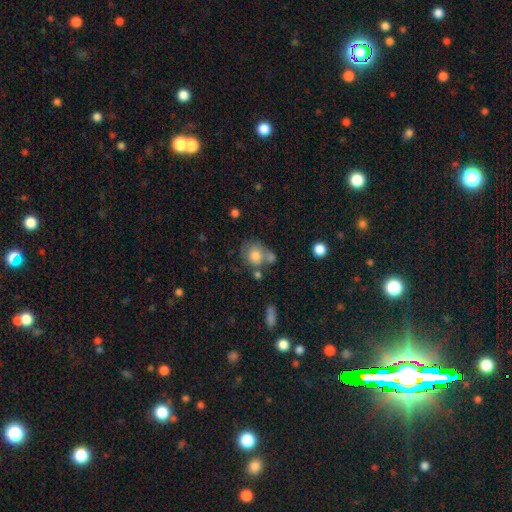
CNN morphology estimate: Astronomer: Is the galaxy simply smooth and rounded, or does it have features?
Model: smooth — 75%.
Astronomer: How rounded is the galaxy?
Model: round — 75%.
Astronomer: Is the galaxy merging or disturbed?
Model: none — 48% (runner-up: merger, 27%).